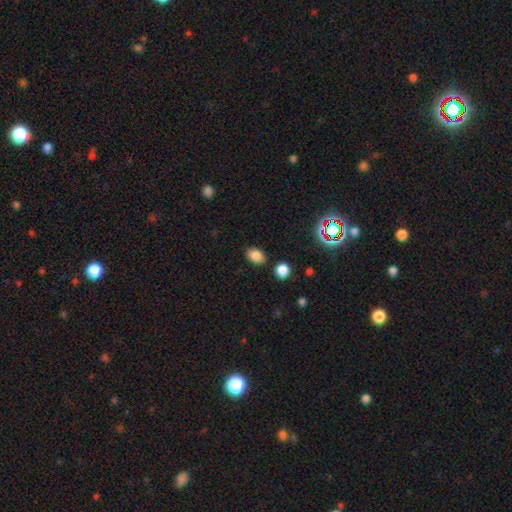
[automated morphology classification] smooth 83%, star or artifact 12%, featured or disk 5%. Down the decision tree: how rounded — in between (78%); merging — none (82%).